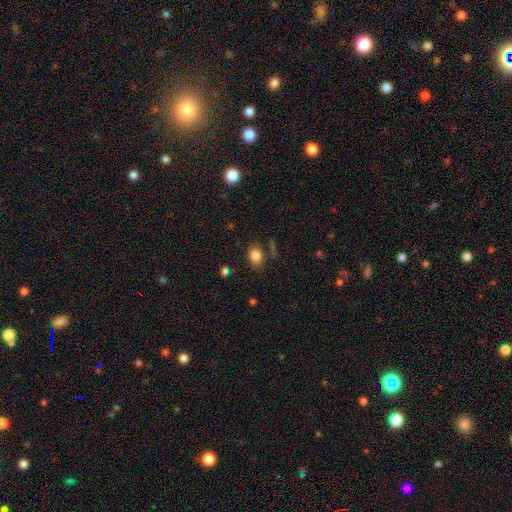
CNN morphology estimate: Q: Smooth or featured?
A: smooth (82%); runner-up: star or artifact (10%)
Q: How rounded?
A: in between (71%); runner-up: round (27%)
Q: Merging?
A: none (77%); runner-up: minor disturbance (15%)